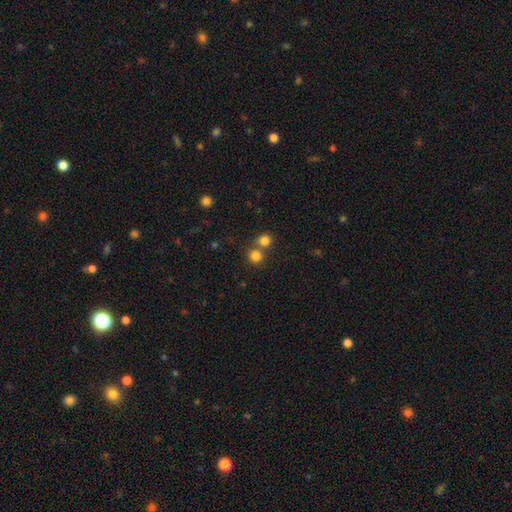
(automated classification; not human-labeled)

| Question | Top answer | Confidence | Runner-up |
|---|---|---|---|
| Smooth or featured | smooth | 80% | star or artifact (14%) |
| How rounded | round | 88% | in between (11%) |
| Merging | none | 57% | merger (34%) |